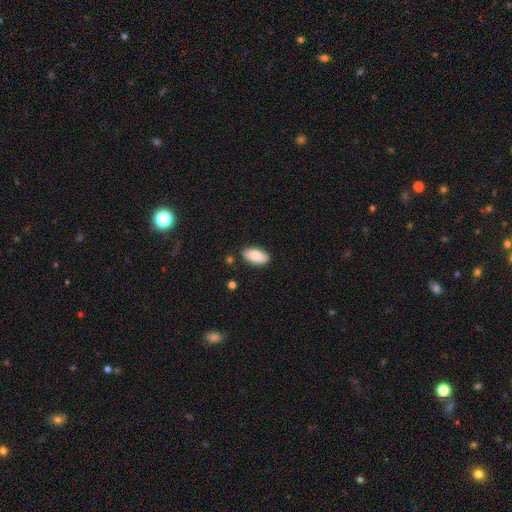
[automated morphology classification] Overall: smooth (87%). How rounded: in between (93%). Merging: none (86%).